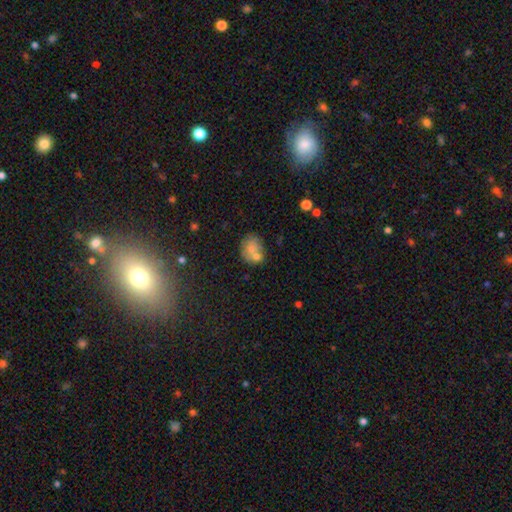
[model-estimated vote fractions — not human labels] Smooth or featured? smooth (65%)
How rounded? round (61%)
Merging? none (44%)